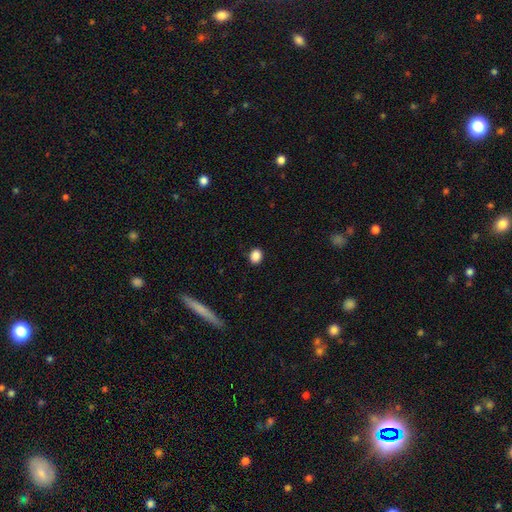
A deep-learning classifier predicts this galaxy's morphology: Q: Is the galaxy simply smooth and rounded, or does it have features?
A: smooth — 88%.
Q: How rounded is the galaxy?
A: round — 53%.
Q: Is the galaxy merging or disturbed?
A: none — 88%.